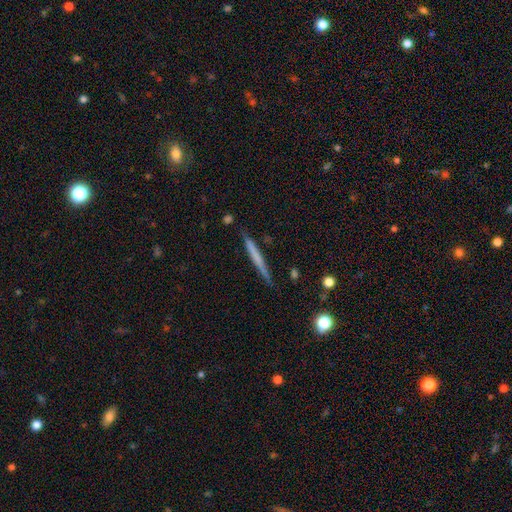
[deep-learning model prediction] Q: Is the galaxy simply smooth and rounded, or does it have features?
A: smooth — 53%.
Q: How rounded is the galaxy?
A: cigar-shaped — 96%.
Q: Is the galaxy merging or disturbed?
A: none — 87%.